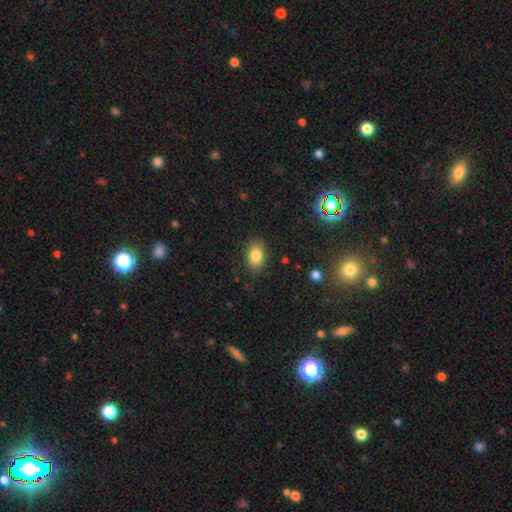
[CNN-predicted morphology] Smooth or featured? smooth (83%)
How rounded? in between (81%)
Merging? none (84%)